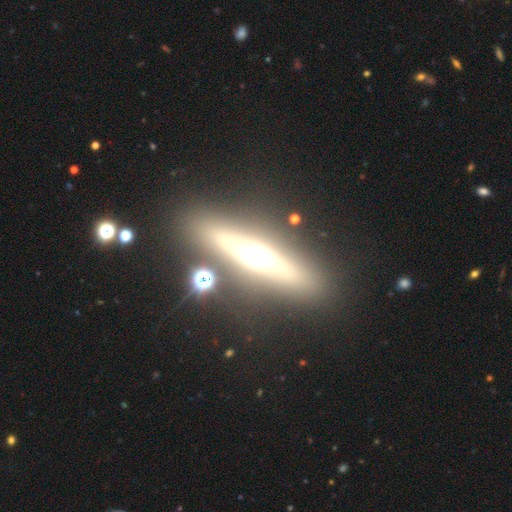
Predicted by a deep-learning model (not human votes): Smooth or featured? Predicted: featured or disk (p=0.70). Edge-on disk? Predicted: yes (p=0.90). Edge-on bulge? Predicted: rounded (p=0.89). Merging? Predicted: none (p=0.82).